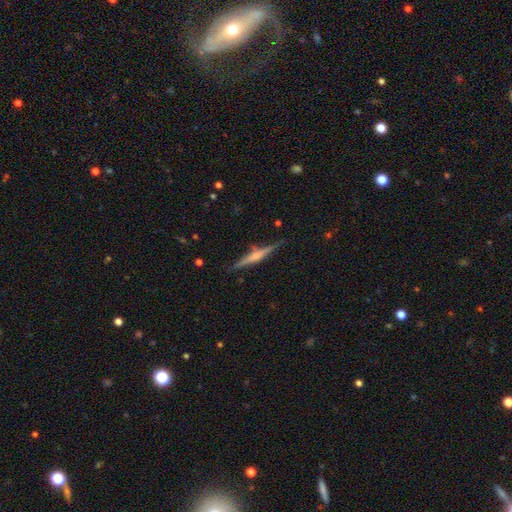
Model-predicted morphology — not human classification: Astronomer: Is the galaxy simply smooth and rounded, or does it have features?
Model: featured or disk — 65%.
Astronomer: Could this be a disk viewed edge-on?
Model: yes — 97%.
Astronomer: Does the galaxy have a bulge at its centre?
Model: rounded — 61%.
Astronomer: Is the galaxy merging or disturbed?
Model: none — 84%.